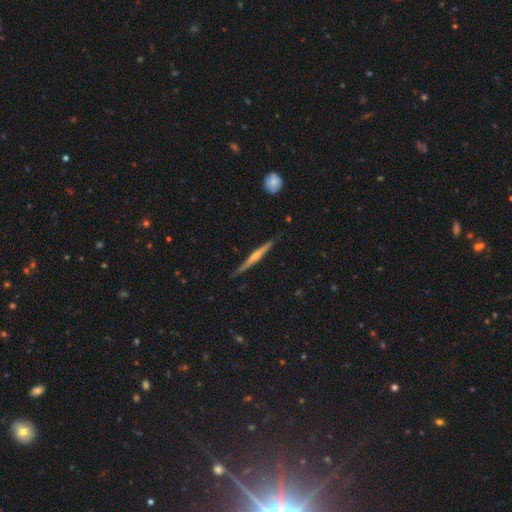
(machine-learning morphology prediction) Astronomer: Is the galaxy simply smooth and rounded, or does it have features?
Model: featured or disk — 62%.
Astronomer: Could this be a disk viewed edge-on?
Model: yes — 97%.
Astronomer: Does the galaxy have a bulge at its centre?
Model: rounded — 58%.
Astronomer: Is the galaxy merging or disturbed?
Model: none — 87%.